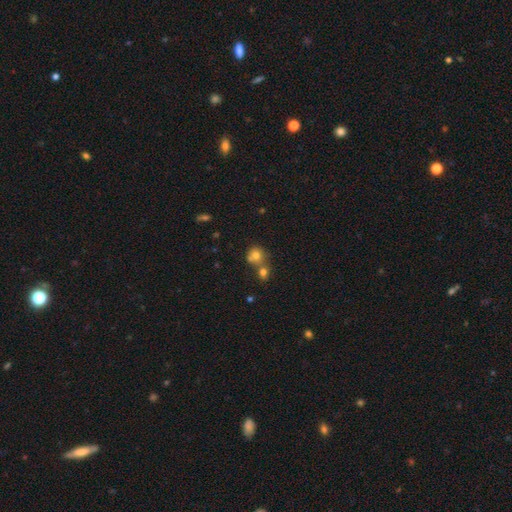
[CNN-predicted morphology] smooth 74%, star or artifact 14%, featured or disk 12%. Down the decision tree: how rounded — round (81%); merging — none (45%).